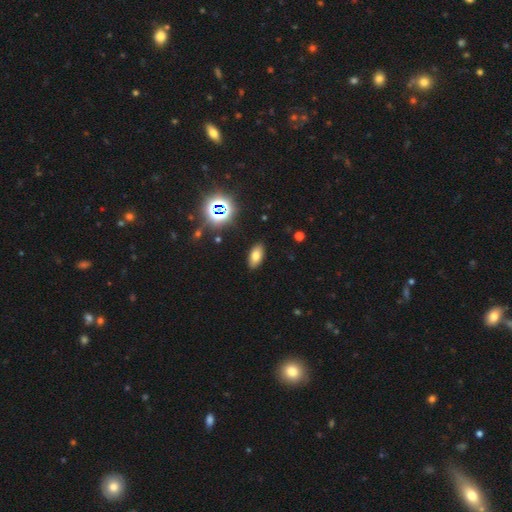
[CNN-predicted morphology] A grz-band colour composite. It shows a smooth galaxy with no disk features (72%) that is in between round and cigar-shaped (90%). Merging: none (88%).